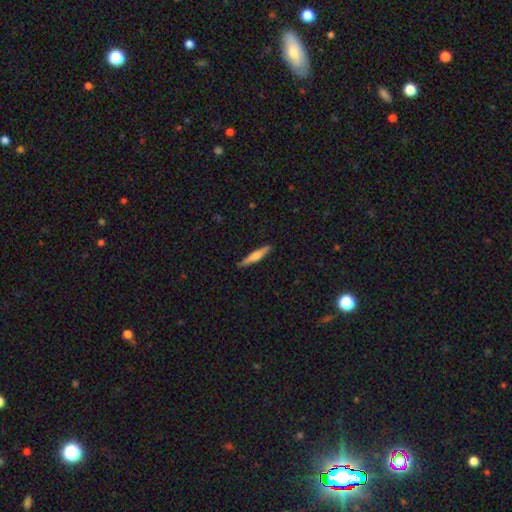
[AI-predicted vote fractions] smooth-or-featured: smooth: 48% | featured or disk: 47% | star or artifact: 6%
  merging: none: 89% | minor disturbance: 8% | major disturbance: 2% | merger: 1%